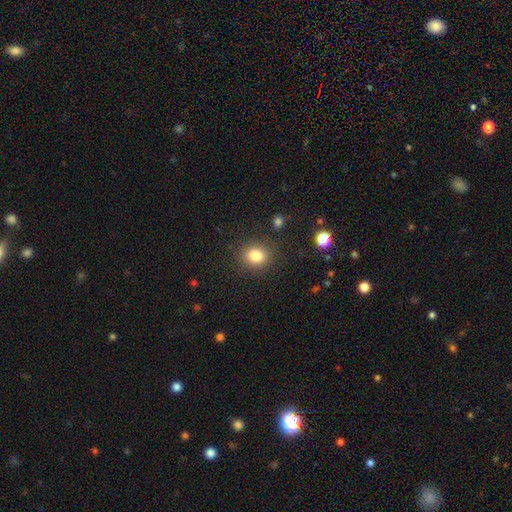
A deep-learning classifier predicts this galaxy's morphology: Q: Smooth or featured?
A: smooth (83%); runner-up: star or artifact (11%)
Q: How rounded?
A: round (70%); runner-up: in between (30%)
Q: Merging?
A: none (86%); runner-up: minor disturbance (9%)